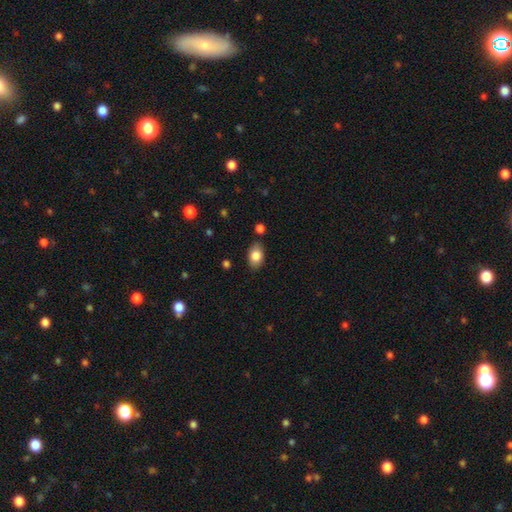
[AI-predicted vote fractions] smooth_or_featured: smooth (p=0.83) [alt: featured or disk p=0.09]
how_rounded: in between (p=0.86) [alt: round p=0.13]
merging: none (p=0.82) [alt: minor disturbance p=0.13]